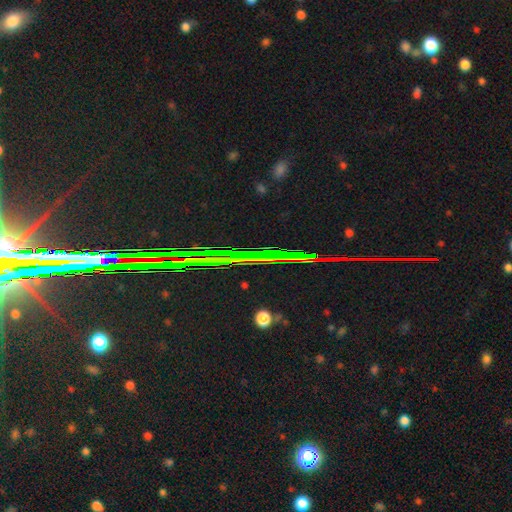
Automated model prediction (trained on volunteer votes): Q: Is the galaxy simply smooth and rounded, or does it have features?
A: star or artifact — 82%.